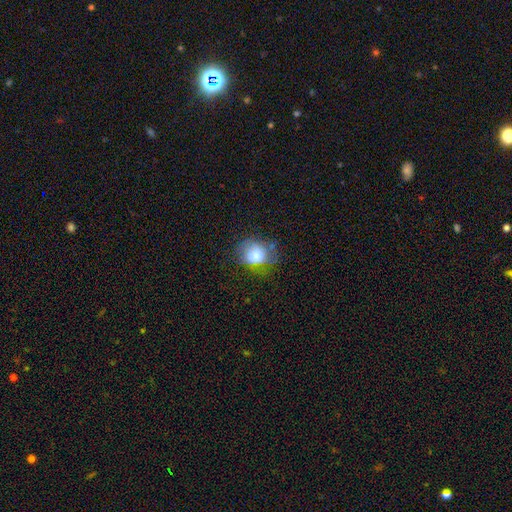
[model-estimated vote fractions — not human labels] This appears to be a smooth galaxy with no disk features (68%) that is round (64%). Merging: none (52%).